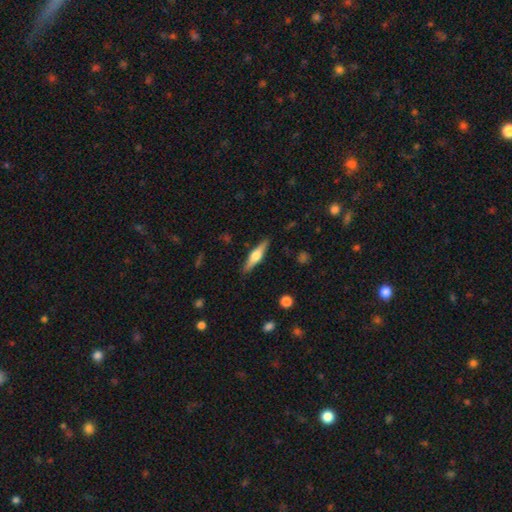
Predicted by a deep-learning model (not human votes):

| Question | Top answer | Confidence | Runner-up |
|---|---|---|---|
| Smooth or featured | featured or disk | 60% | smooth (34%) |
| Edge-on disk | yes | 96% | no (4%) |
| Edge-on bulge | rounded | 91% | boxy (6%) |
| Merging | none | 89% | minor disturbance (8%) |